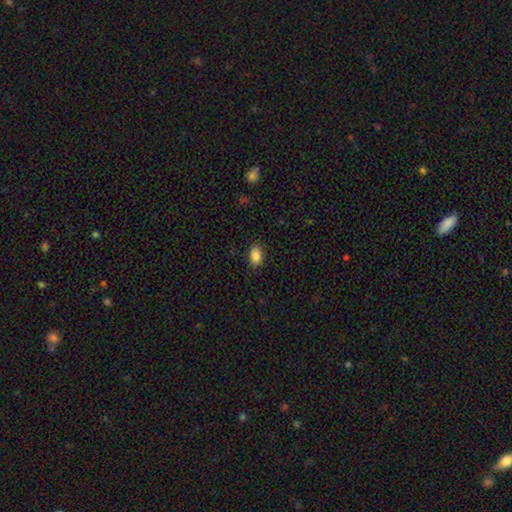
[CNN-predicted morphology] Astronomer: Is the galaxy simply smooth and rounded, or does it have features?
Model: smooth — 87%.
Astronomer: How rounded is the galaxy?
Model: in between — 89%.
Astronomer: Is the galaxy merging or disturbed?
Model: none — 87%.